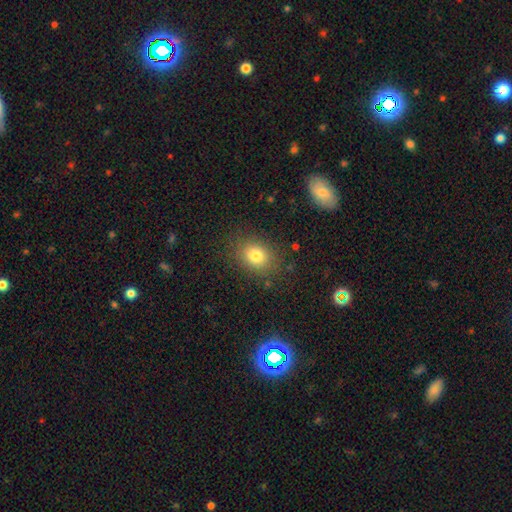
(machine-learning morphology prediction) smooth-or-featured: smooth: 79% | star or artifact: 12% | featured or disk: 9%
  how-rounded: in between: 54% | round: 45% | cigar-shaped: 1%
  merging: none: 83% | minor disturbance: 11% | major disturbance: 4% | merger: 2%